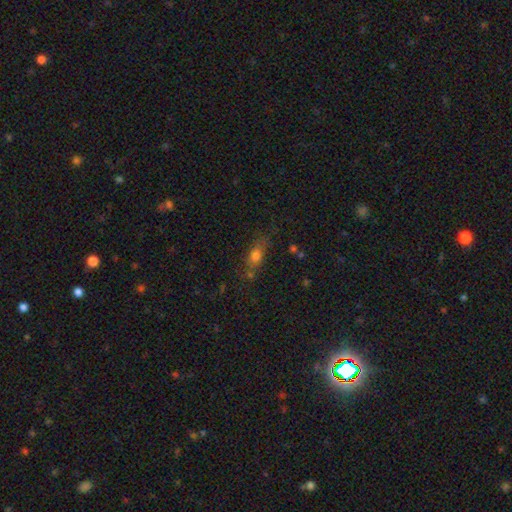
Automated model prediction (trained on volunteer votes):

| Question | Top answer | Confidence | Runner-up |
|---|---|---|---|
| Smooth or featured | smooth | 72% | featured or disk (15%) |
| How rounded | in between | 65% | cigar-shaped (19%) |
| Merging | none | 59% | minor disturbance (22%) |